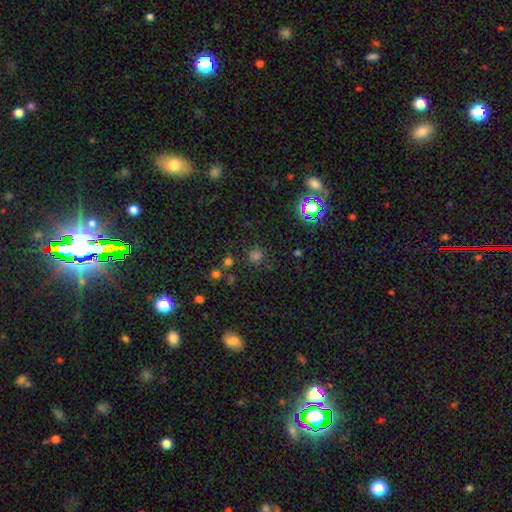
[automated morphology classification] smooth-or-featured: smooth: 63% | star or artifact: 31% | featured or disk: 6%
  how-rounded: round: 93% | in between: 6% | cigar-shaped: 1%
  merging: none: 83% | minor disturbance: 9% | merger: 4% | major disturbance: 4%